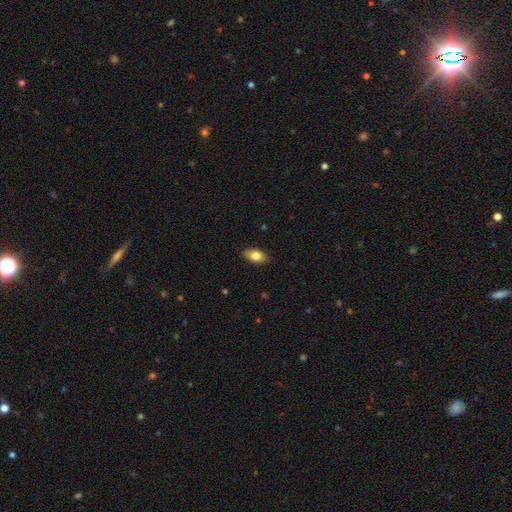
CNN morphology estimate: smooth 80%, featured or disk 13%, star or artifact 7%. Down the decision tree: how rounded — in between (91%); merging — none (88%).